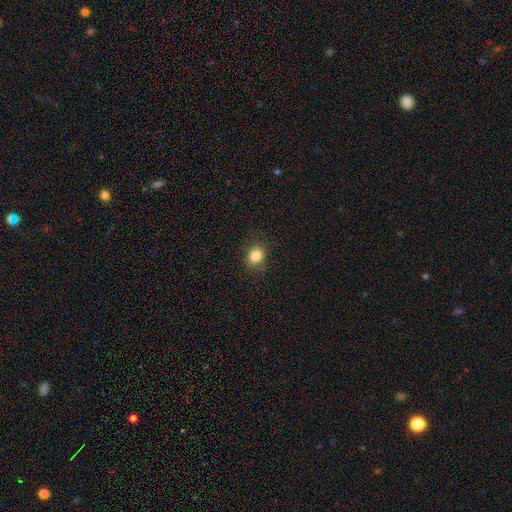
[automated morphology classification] This appears to be a smooth galaxy with no disk features (83%) that is round (56%). Merging: none (83%).